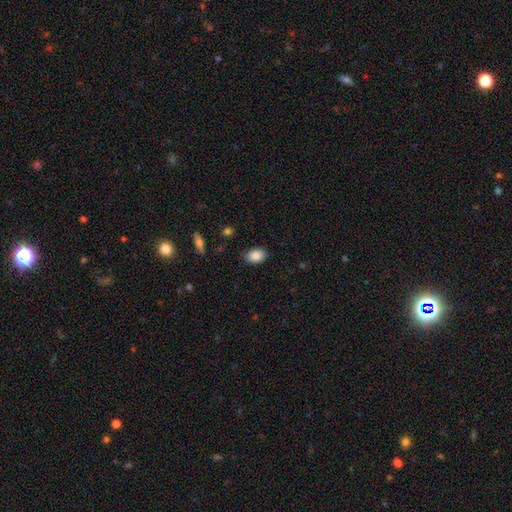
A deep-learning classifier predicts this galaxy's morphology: Smooth or featured? Predicted: smooth (p=0.88). How rounded? Predicted: in between (p=0.86). Merging? Predicted: none (p=0.84).